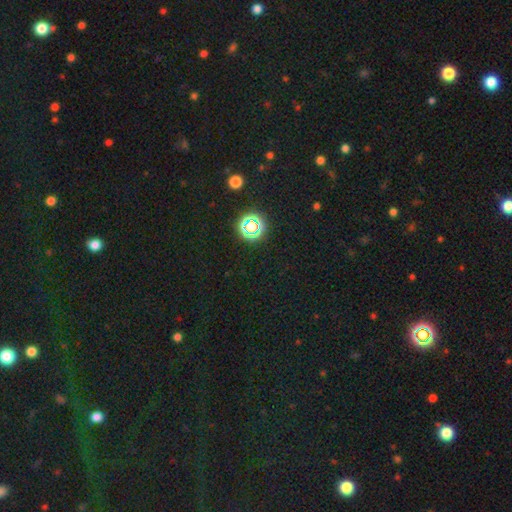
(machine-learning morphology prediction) Smooth or featured: star or artifact — 62% (smooth — 32%)